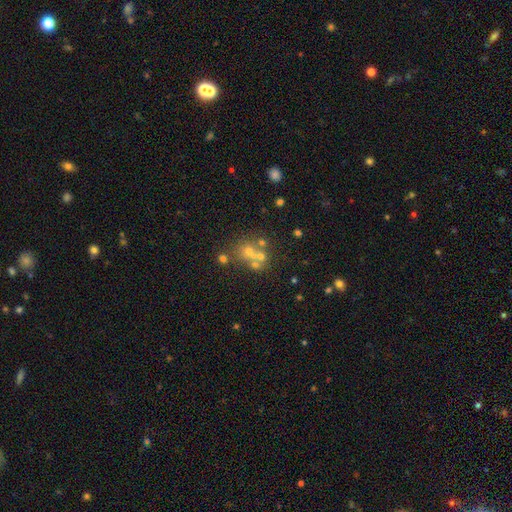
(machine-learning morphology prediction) The model was most divided on "merging": none: 44%, merger: 41%, minor disturbance: 8%, major disturbance: 7%. Remaining: smooth or featured — smooth (43%).